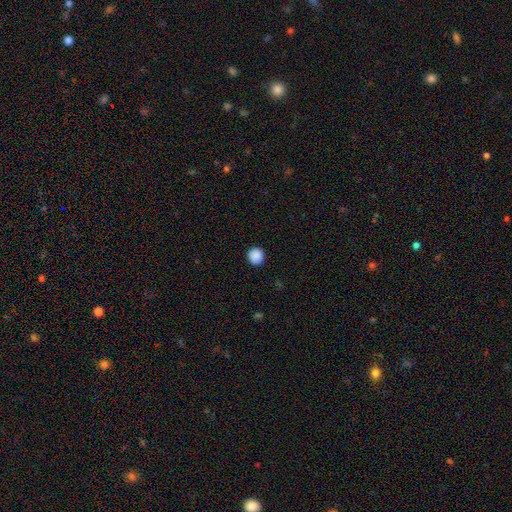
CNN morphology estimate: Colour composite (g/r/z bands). It shows a smooth galaxy with no disk features (89%) that is round (94%). Merging: none (93%).